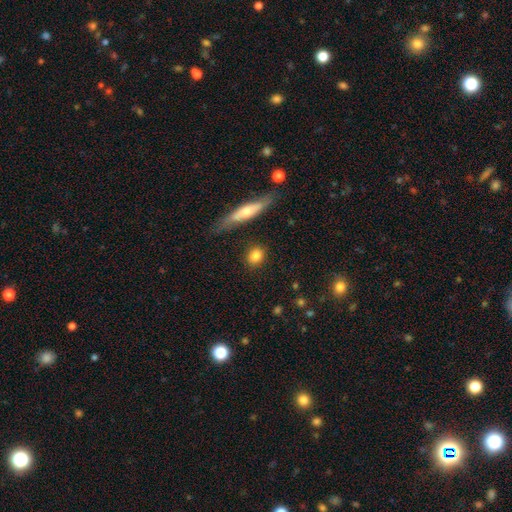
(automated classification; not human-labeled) This is clearly a smooth galaxy (83%). How rounded: possibly round (49%). Merging: clearly none (85%).